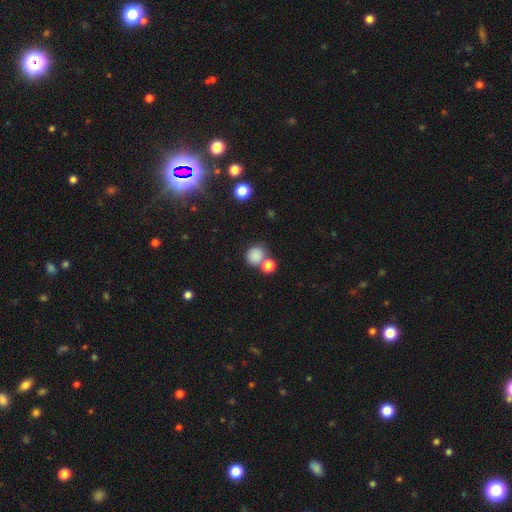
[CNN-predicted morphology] Smooth or featured: smooth — 84% (star or artifact — 10%)
How rounded: round — 83% (in between — 16%)
Merging: none — 56% (merger — 30%)